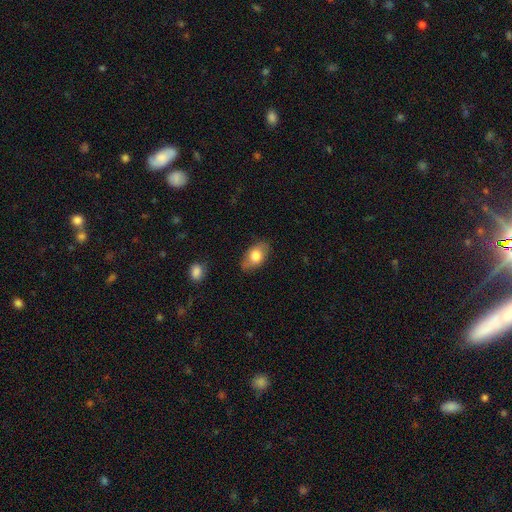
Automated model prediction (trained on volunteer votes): smooth-or-featured: smooth: 75% | featured or disk: 19% | star or artifact: 7%
  how-rounded: in between: 89% | round: 9% | cigar-shaped: 2%
  merging: none: 78% | minor disturbance: 17% | major disturbance: 4% | merger: 2%